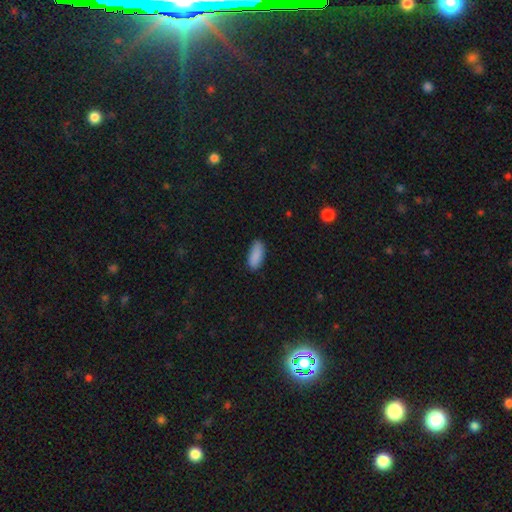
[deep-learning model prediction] Smooth or featured? Predicted: smooth (p=0.89). How rounded? Predicted: in between (p=0.83). Merging? Predicted: none (p=0.81).